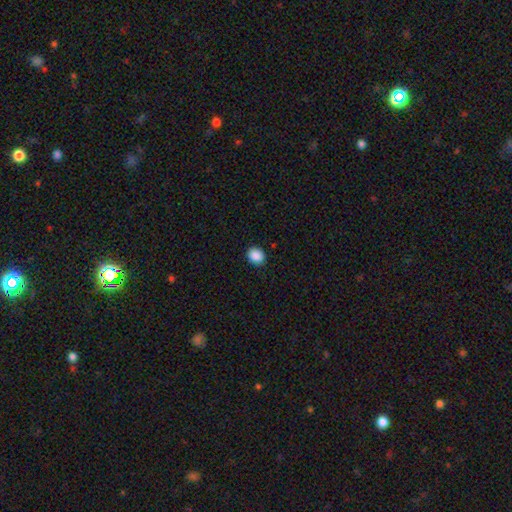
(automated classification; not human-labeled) The model was most divided on "how rounded": round: 56%, in between: 43%, cigar-shaped: 1%. More confident: merging — none (90%); smooth or featured — smooth (89%).